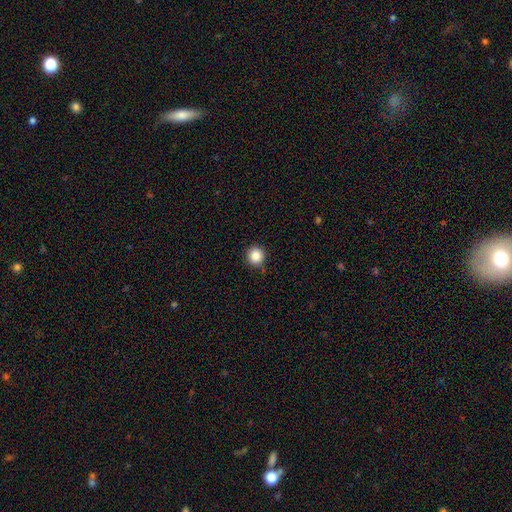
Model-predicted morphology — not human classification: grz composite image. It shows a smooth galaxy with no disk features (86%) that is round (94%). Merging: none (90%).